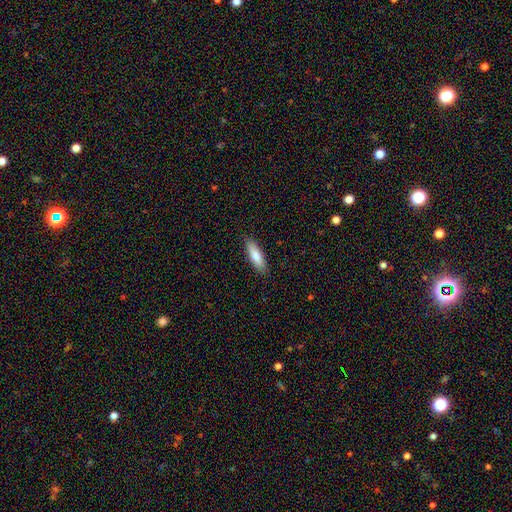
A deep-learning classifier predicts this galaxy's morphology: A smooth galaxy with no disk features (79%) that is cigar-shaped (56%).

Vote fractions:
- Smooth or featured? smooth: 79% / featured or disk: 15% / star or artifact: 6%
- How rounded? cigar-shaped: 56% / in between: 42% / round: 2%
- Merging? none: 88% / minor disturbance: 9% / major disturbance: 2% / merger: 1%